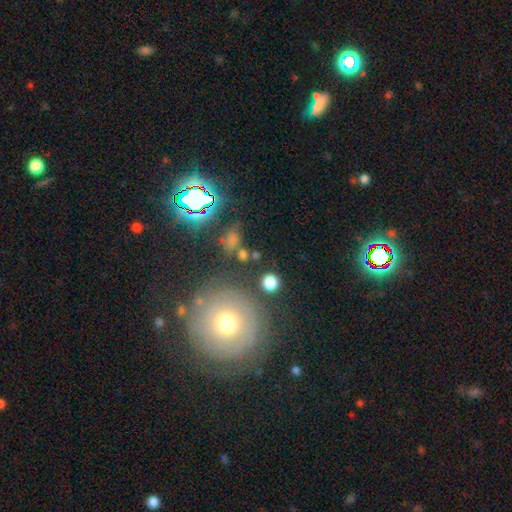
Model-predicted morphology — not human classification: type=smooth (47%); merging=none (76%).